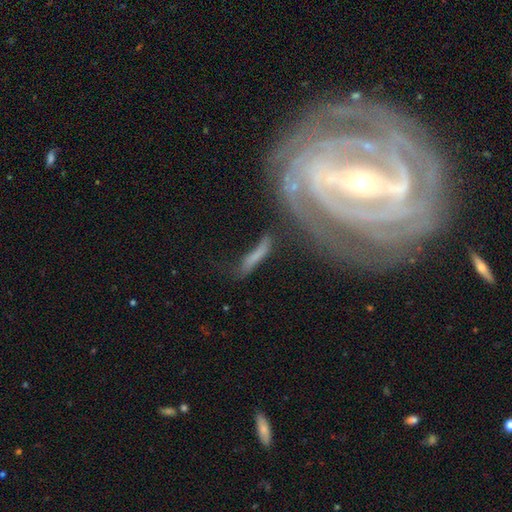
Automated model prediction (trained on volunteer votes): Smooth or featured?
  - smooth: 55% *
  - featured or disk: 35%
  - star or artifact: 9%
How rounded?
  - cigar-shaped: 84% *
  - in between: 13%
  - round: 3%
Merging?
  - none: 57% *
  - minor disturbance: 22%
  - major disturbance: 12%
  - merger: 10%